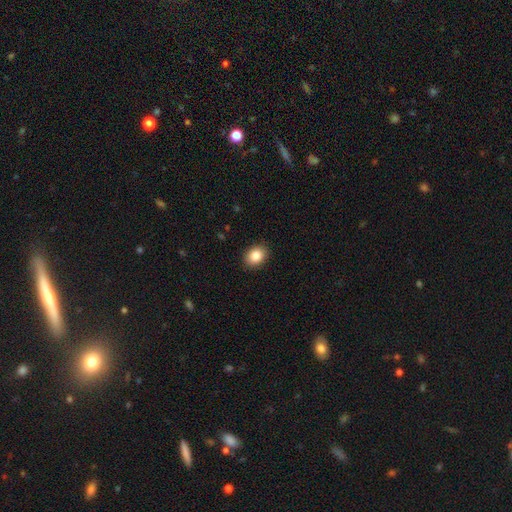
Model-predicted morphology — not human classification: The model was most divided on "how rounded": in between: 63%, round: 36%, cigar-shaped: 1%. More confident: merging — none (90%); smooth or featured — smooth (86%).